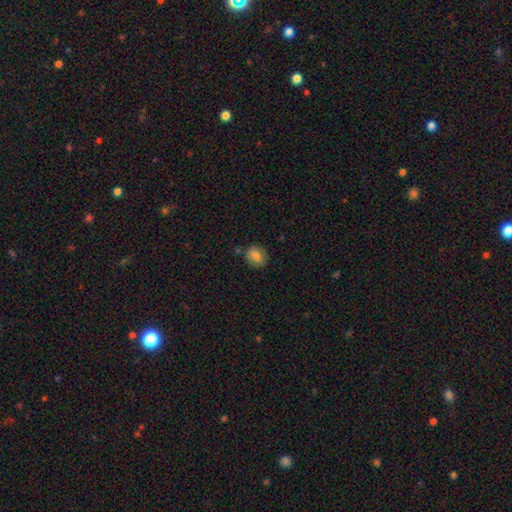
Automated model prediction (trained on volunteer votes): A smooth galaxy with no disk features (82%) that is round (50%).

Vote fractions:
- Smooth or featured? smooth: 82% / star or artifact: 9% / featured or disk: 9%
- How rounded? round: 50% / in between: 48% / cigar-shaped: 1%
- Merging? none: 79% / minor disturbance: 14% / merger: 3% / major disturbance: 3%